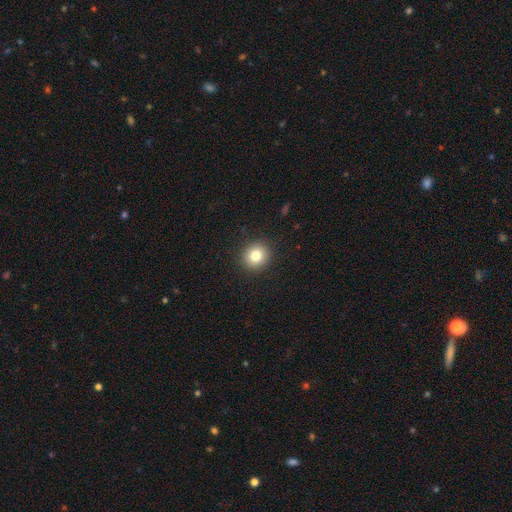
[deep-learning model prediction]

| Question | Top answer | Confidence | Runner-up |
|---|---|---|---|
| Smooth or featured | smooth | 81% | star or artifact (11%) |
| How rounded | round | 87% | in between (12%) |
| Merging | none | 92% | minor disturbance (5%) |